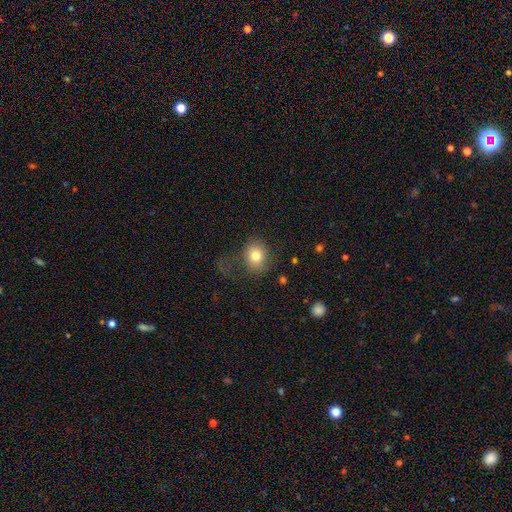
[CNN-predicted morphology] Smooth or featured: smooth — 78% (featured or disk — 12%)
How rounded: round — 63% (in between — 37%)
Merging: none — 54% (major disturbance — 24%)